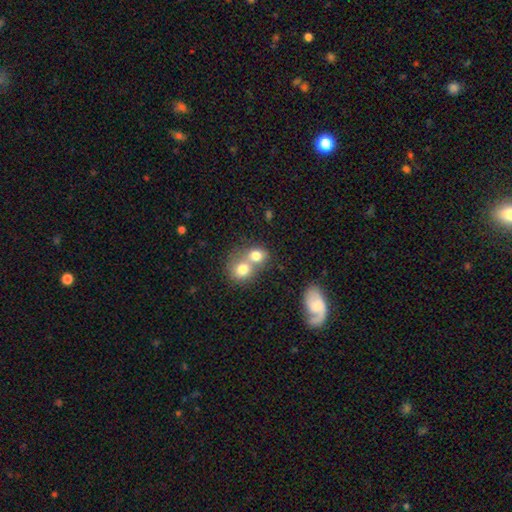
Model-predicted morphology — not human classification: The model was most divided on "how rounded": round: 63%, in between: 36%, cigar-shaped: 1%. More confident: smooth or featured — smooth (75%); merging — merger (66%).